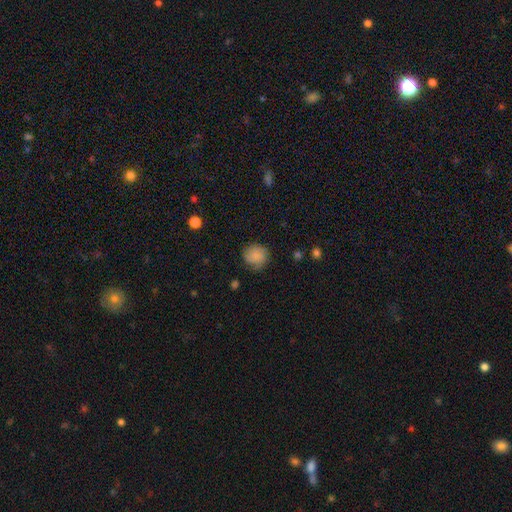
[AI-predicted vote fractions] Smooth or featured? smooth (76%)
How rounded? round (80%)
Merging? none (70%)